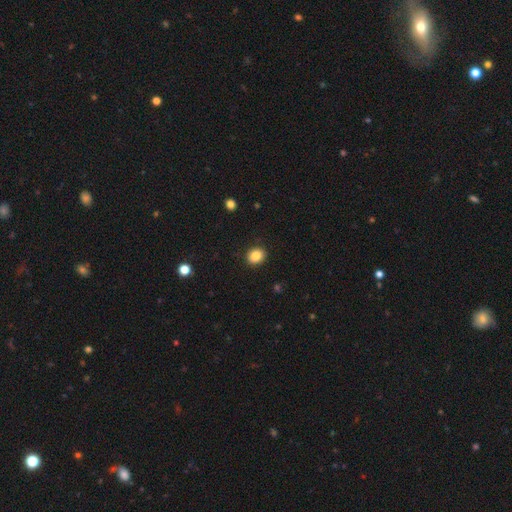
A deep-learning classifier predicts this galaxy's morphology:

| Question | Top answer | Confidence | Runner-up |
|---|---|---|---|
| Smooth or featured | smooth | 85% | star or artifact (10%) |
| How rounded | round | 69% | in between (31%) |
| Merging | none | 91% | minor disturbance (6%) |